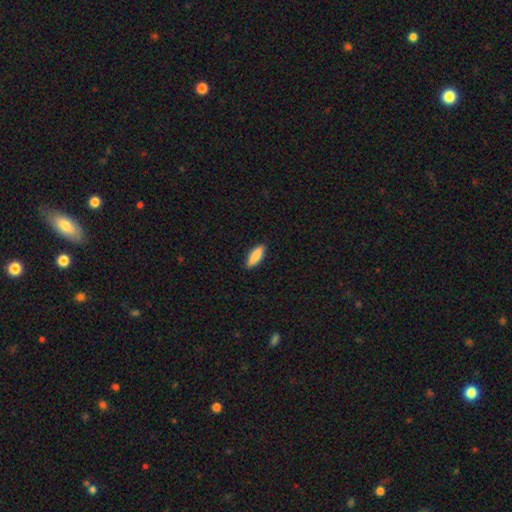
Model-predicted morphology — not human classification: A smooth galaxy with no disk features (85%) that is in between round and cigar-shaped (50%).

Vote fractions:
- Smooth or featured? smooth: 85% / featured or disk: 10% / star or artifact: 6%
- How rounded? in between: 50% / cigar-shaped: 48% / round: 2%
- Merging? none: 89% / minor disturbance: 8% / major disturbance: 2% / merger: 1%